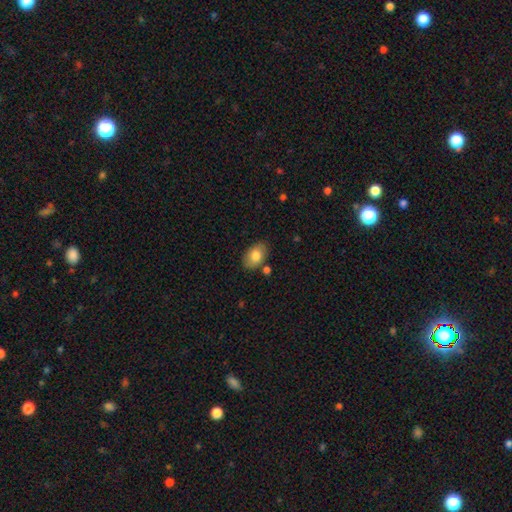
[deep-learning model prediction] Smooth or featured?
  - smooth: 79% *
  - featured or disk: 13%
  - star or artifact: 7%
How rounded?
  - in between: 86% *
  - round: 13%
  - cigar-shaped: 1%
Merging?
  - none: 78% *
  - minor disturbance: 13%
  - merger: 5%
  - major disturbance: 3%